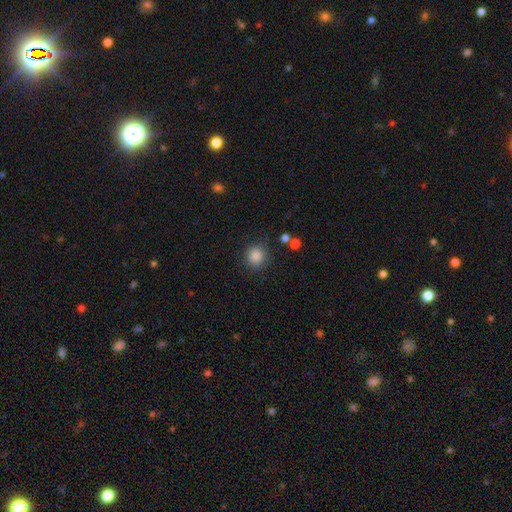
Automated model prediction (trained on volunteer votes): A smooth galaxy with no disk features (86%) that is round (89%). Merging: none (83%).